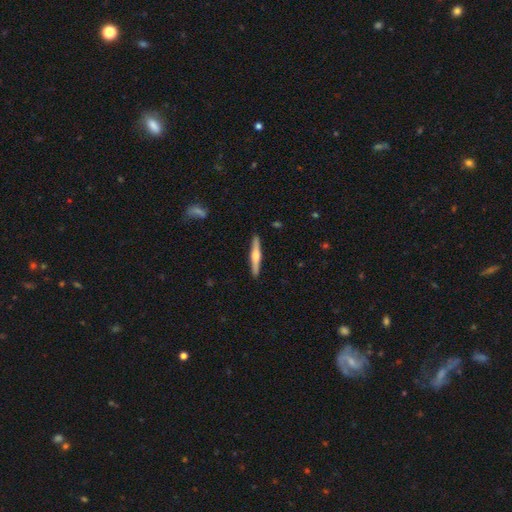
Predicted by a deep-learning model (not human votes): featured or disk 60%, smooth 35%, star or artifact 5%. Down the decision tree: edge-on disk — yes (97%); edge-on bulge — rounded (89%); merging — none (92%).